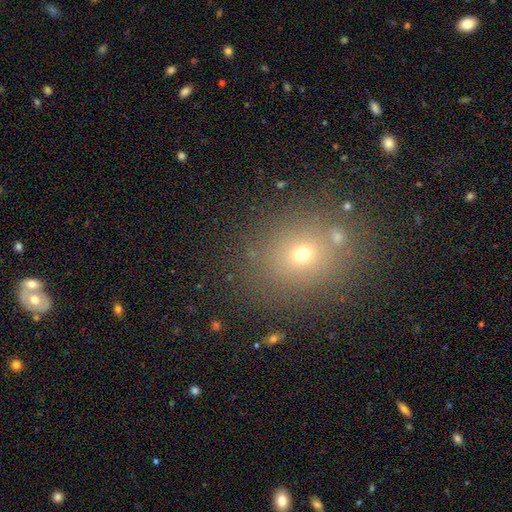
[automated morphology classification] Smooth or featured? Predicted: smooth (p=0.60). How rounded? Predicted: round (p=0.64). Merging? Predicted: none (p=0.80).